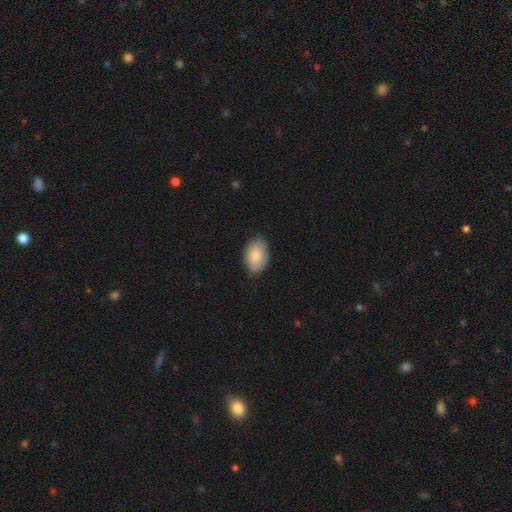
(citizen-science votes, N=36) Smooth or featured? 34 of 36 (94%) said smooth. How rounded? 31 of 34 (91%) said in between. Merging? 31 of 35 (89%) said none.